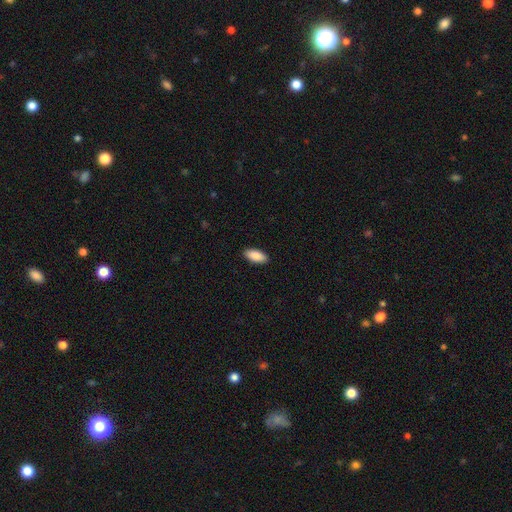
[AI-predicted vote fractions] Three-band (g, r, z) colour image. It shows a smooth galaxy with no disk features (89%) that is in between round and cigar-shaped (89%). Merging: none (91%).